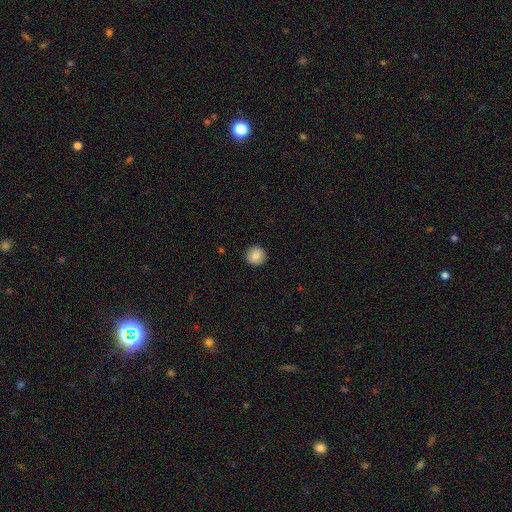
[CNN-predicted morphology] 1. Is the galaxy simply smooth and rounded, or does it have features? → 87% smooth, 8% star or artifact, 5% featured or disk.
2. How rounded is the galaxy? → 93% round, 6% in between, 1% cigar-shaped.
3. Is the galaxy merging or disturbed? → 91% none, 6% minor disturbance, 2% major disturbance, 1% merger.